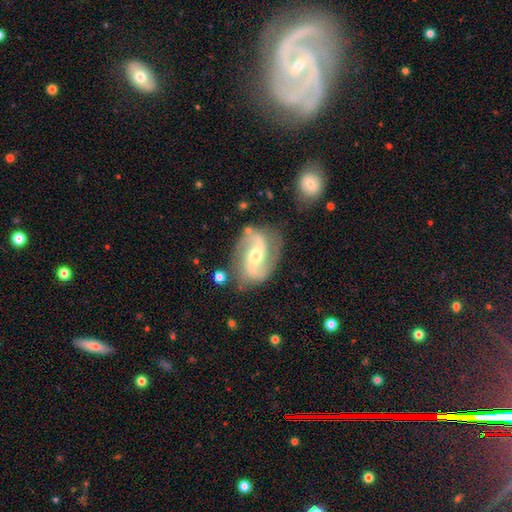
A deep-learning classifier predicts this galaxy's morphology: Smooth or featured?
  - featured or disk: 88% *
  - smooth: 6%
  - star or artifact: 5%
Edge-on disk?
  - no: 97% *
  - yes: 3%
Bar?
  - weak: 37% *
  - no: 34%
  - strong: 29%
Spiral arms?
  - yes: 97% *
  - no: 3%
Spiral winding?
  - loose: 48% *
  - medium: 41%
  - tight: 11%
Spiral arm count?
  - 2: 93% *
  - can't tell: 2%
  - 1: 1%
  - 3: 1%
  - 4: 1%
  - more than 4: 1%
Bulge size?
  - moderate: 58% *
  - small: 36%
  - large: 4%
  - none: 1%
  - dominant: 1%
Merging?
  - none: 77% *
  - minor disturbance: 14%
  - major disturbance: 5%
  - merger: 4%